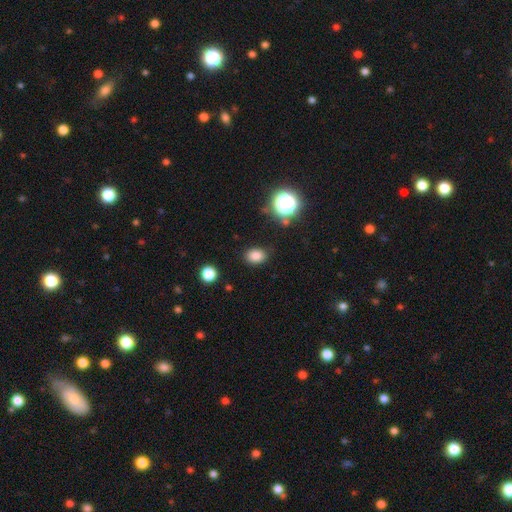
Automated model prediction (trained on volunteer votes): smooth-or-featured: smooth: 81% | star or artifact: 14% | featured or disk: 5%
  how-rounded: in between: 70% | round: 29% | cigar-shaped: 1%
  merging: none: 85% | minor disturbance: 10% | major disturbance: 3% | merger: 2%